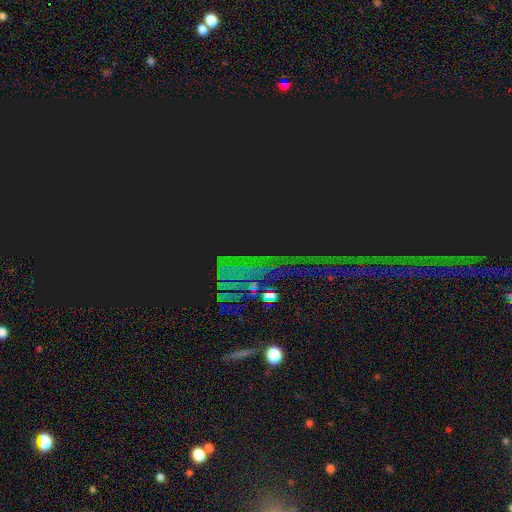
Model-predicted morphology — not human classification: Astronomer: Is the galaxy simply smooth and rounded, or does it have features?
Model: star or artifact — 82%.